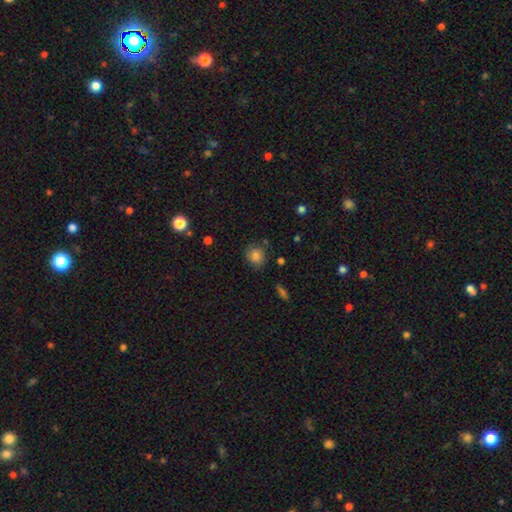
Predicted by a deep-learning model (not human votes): Smooth or featured?
  - smooth: 80% *
  - star or artifact: 11%
  - featured or disk: 8%
How rounded?
  - round: 73% *
  - in between: 26%
  - cigar-shaped: 1%
Merging?
  - none: 77% *
  - minor disturbance: 16%
  - major disturbance: 4%
  - merger: 3%